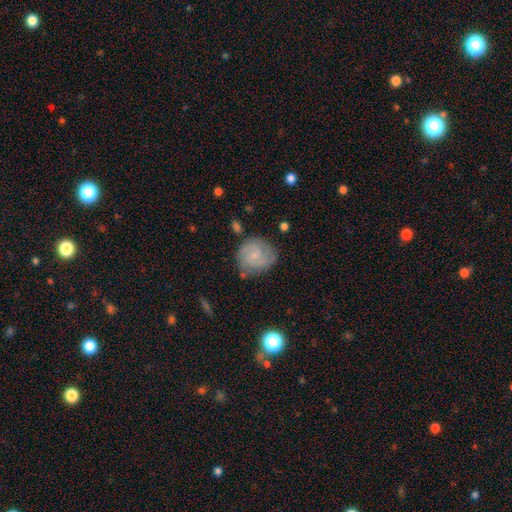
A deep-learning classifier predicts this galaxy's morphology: The model was most divided on "smooth or featured" (2-way tie): featured or disk: 46%, smooth: 46%, star or artifact: 8%. More confident: merging — none (65%).